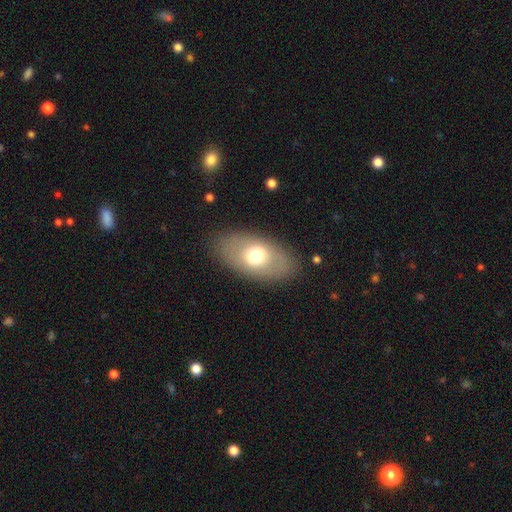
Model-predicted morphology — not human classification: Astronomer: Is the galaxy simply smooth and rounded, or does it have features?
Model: smooth — 63%.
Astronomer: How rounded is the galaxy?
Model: in between — 89%.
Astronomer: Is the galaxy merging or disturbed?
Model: none — 85%.